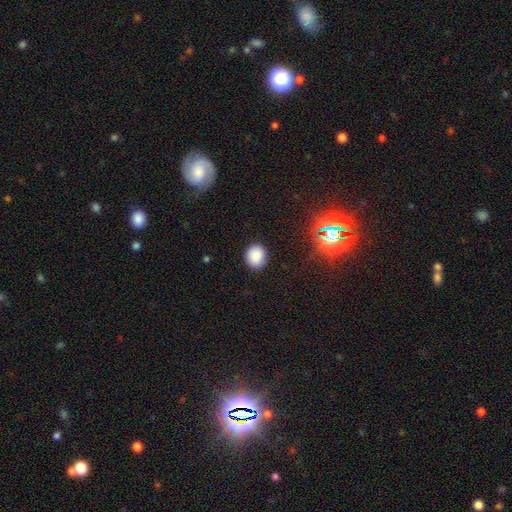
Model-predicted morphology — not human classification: A smooth galaxy with no disk features (85%) that is round (67%).

Vote fractions:
- Smooth or featured? smooth: 85% / star or artifact: 11% / featured or disk: 4%
- How rounded? round: 67% / in between: 32% / cigar-shaped: 1%
- Merging? none: 89% / minor disturbance: 8% / major disturbance: 2% / merger: 1%